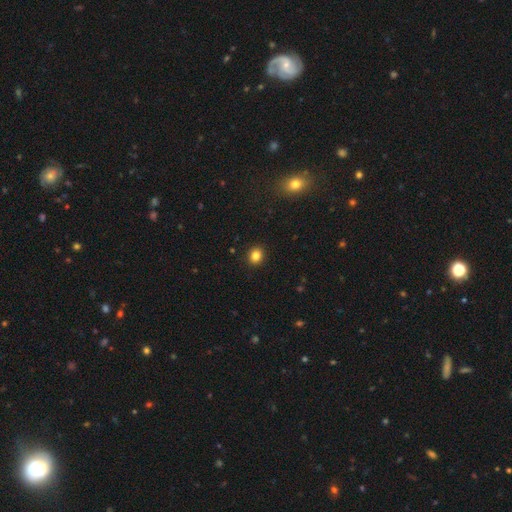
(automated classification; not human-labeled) A smooth galaxy with no disk features (83%) that is round (80%).

Vote fractions:
- Smooth or featured? smooth: 83% / star or artifact: 12% / featured or disk: 5%
- How rounded? round: 80% / in between: 19% / cigar-shaped: 1%
- Merging? none: 92% / minor disturbance: 5% / major disturbance: 2% / merger: 1%